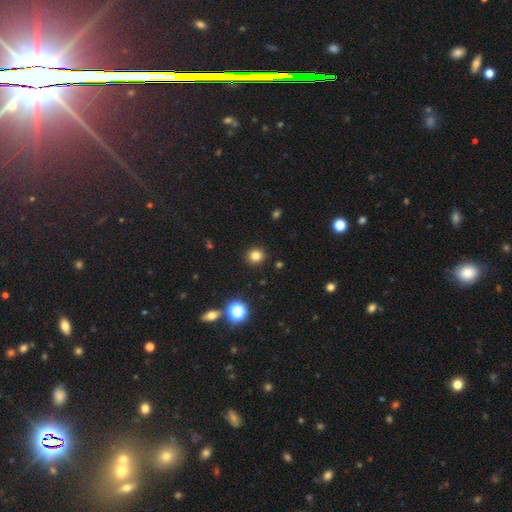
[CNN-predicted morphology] smooth 81%, star or artifact 14%, featured or disk 5%. Down the decision tree: how rounded — round (91%); merging — none (92%).